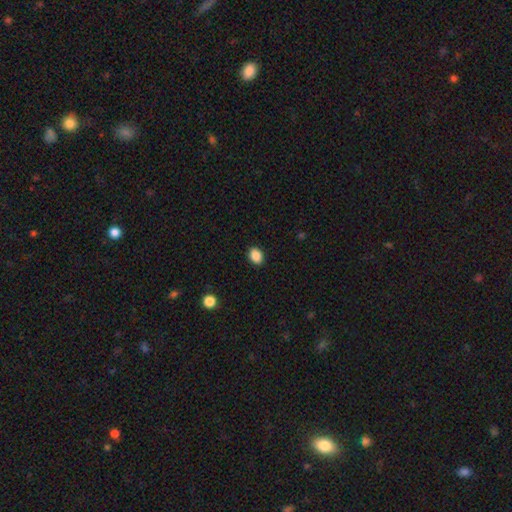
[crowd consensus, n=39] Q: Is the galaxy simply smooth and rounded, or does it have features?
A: smooth — 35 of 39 (90%).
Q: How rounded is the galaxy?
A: in between — 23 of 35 (66%).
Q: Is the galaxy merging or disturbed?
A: none — 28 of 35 (80%).